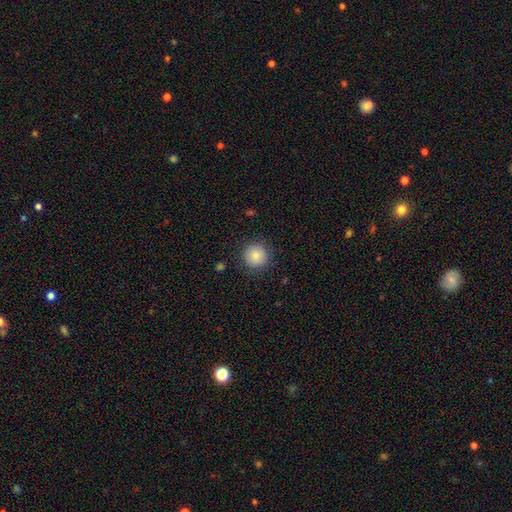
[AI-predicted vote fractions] A smooth galaxy with no disk features (84%) that is round (96%). Merging: none (89%).